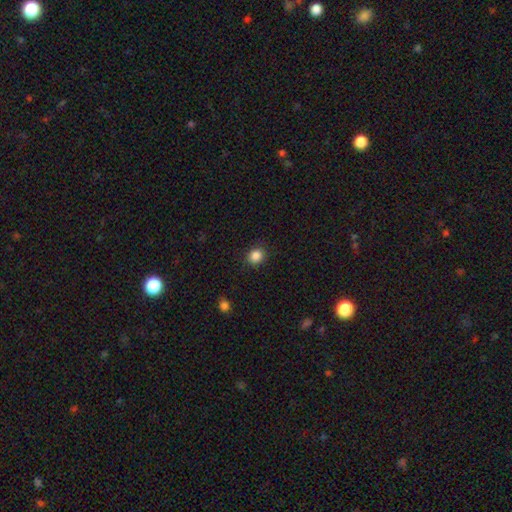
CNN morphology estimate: smooth_or_featured: smooth (p=0.86) [alt: star or artifact p=0.11]
how_rounded: round (p=0.75) [alt: in between p=0.24]
merging: none (p=0.89) [alt: minor disturbance p=0.08]